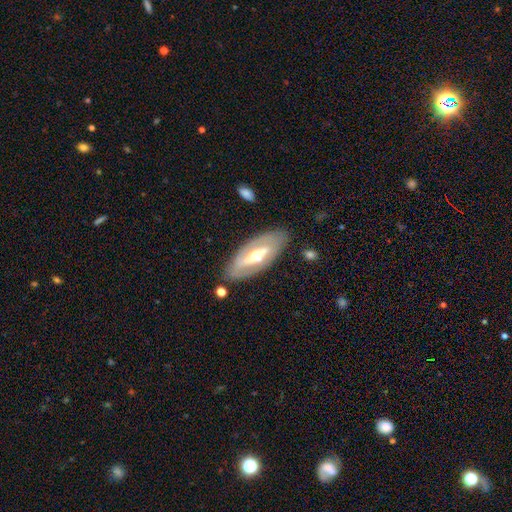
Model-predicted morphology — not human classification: The model was most divided on "spiral arms": yes: 56%, no: 44%. Remaining: edge-on disk — no (83%); merging — none (83%); smooth or featured — featured or disk (74%); bulge size — moderate (65%); bar — strong (47%).